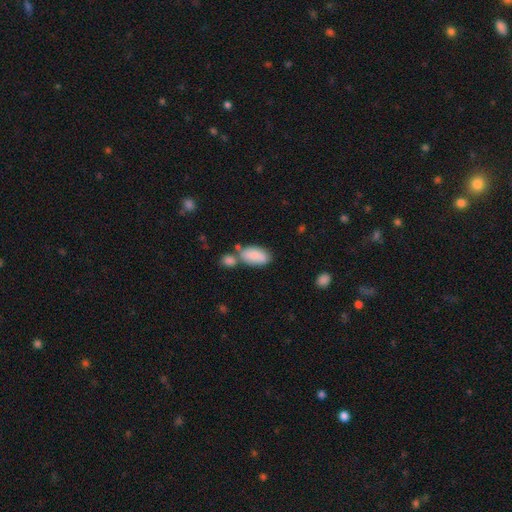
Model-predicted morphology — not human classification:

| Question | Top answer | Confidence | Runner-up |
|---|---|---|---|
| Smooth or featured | smooth | 85% | featured or disk (9%) |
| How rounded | in between | 93% | cigar-shaped (4%) |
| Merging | none | 45% | merger (35%) |